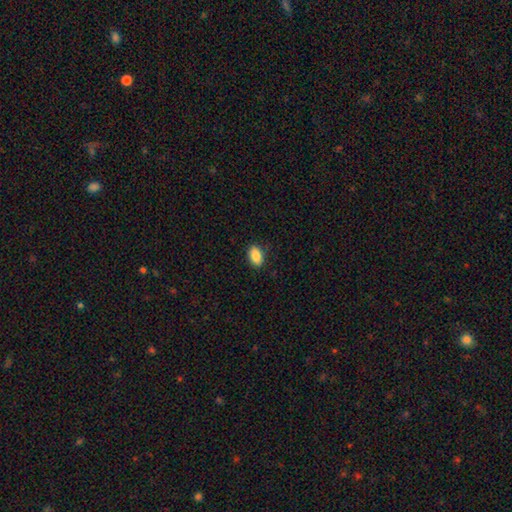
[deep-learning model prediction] A smooth galaxy with no disk features (88%) that is in between round and cigar-shaped (90%). Merging: none (89%).